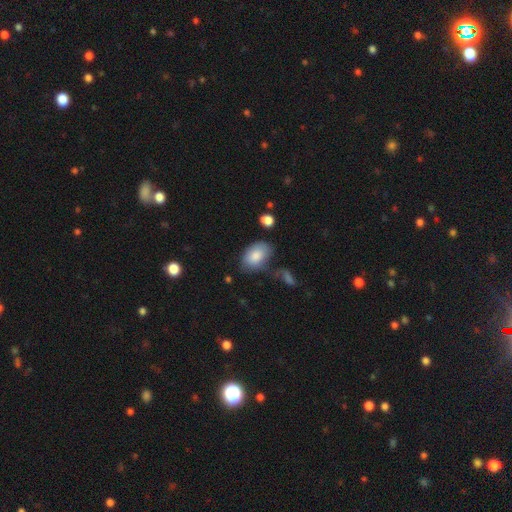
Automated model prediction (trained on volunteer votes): Q: Smooth or featured?
A: smooth (82%); runner-up: featured or disk (11%)
Q: How rounded?
A: in between (90%); runner-up: round (9%)
Q: Merging?
A: none (56%); runner-up: minor disturbance (26%)